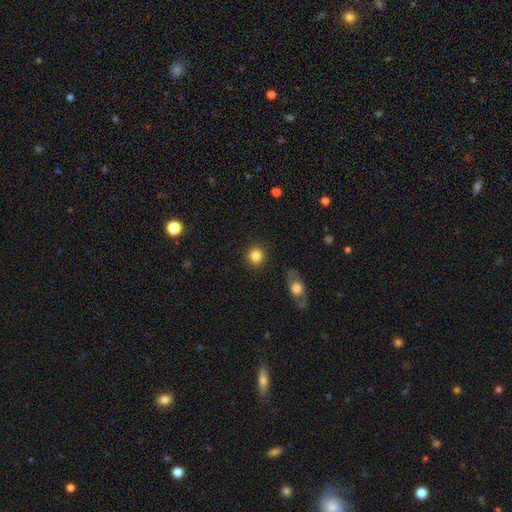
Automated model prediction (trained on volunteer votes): Smooth or featured: smooth — 85% (star or artifact — 9%)
How rounded: round — 92% (in between — 7%)
Merging: none — 90% (minor disturbance — 6%)